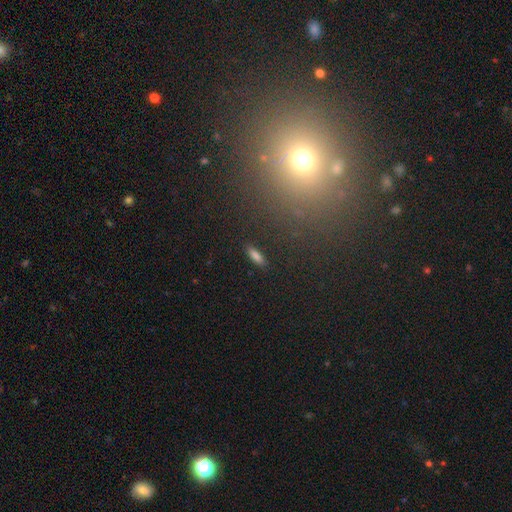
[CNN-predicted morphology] smooth 81%, star or artifact 10%, featured or disk 9%. Down the decision tree: how rounded — in between (50%); merging — none (89%).